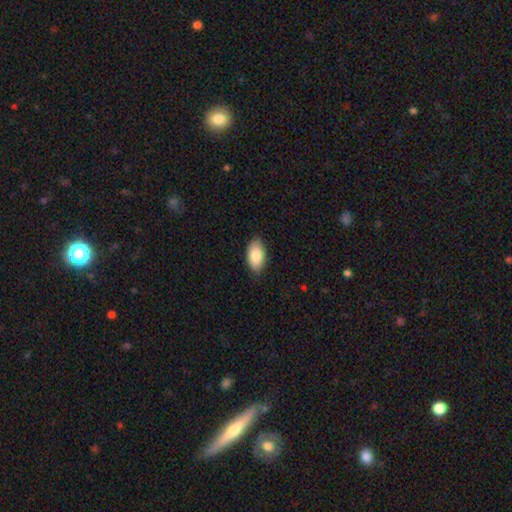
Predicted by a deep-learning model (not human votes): Morphology: type=smooth (85%); roundness=in between (94%); merging=none (85%).